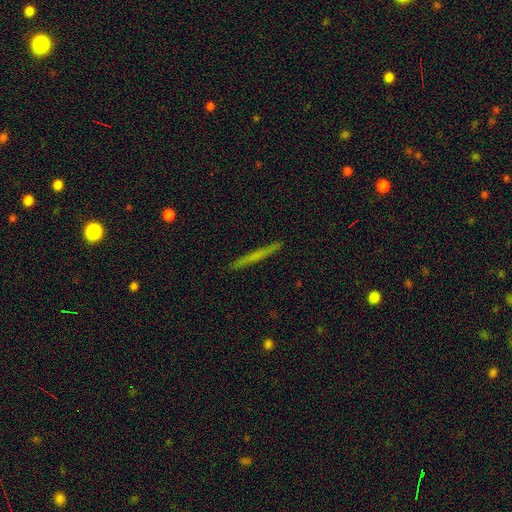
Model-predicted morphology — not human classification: A smooth galaxy with no disk features (51%) that is cigar-shaped (96%).

Vote fractions:
- Smooth or featured? smooth: 51% / featured or disk: 42% / star or artifact: 7%
- How rounded? cigar-shaped: 96% / in between: 2% / round: 2%
- Merging? none: 92% / minor disturbance: 6% / major disturbance: 1% / merger: 1%